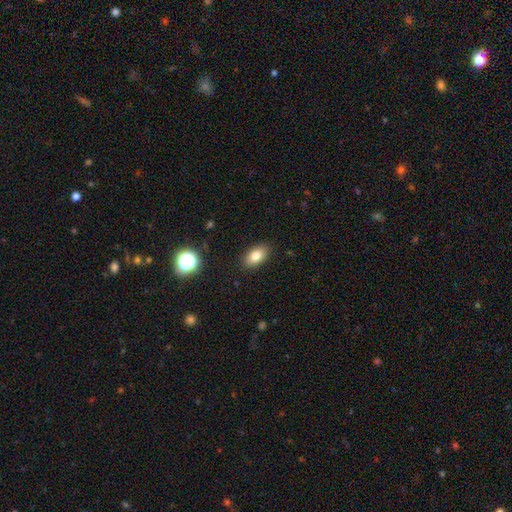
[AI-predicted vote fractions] A smooth galaxy with no disk features (81%) that is in between round and cigar-shaped (90%). Merging: none (88%).